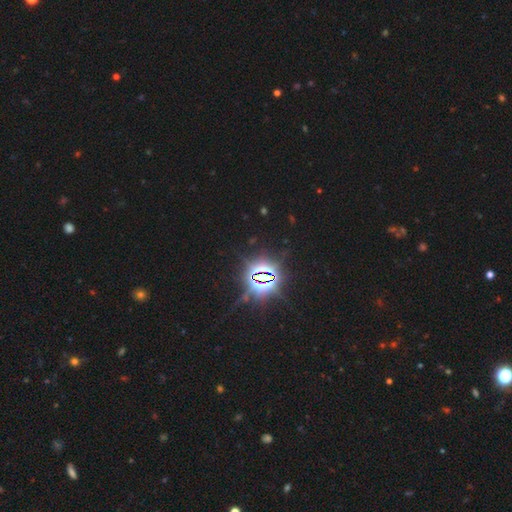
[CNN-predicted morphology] A star or artifact, not a galaxy (86%).